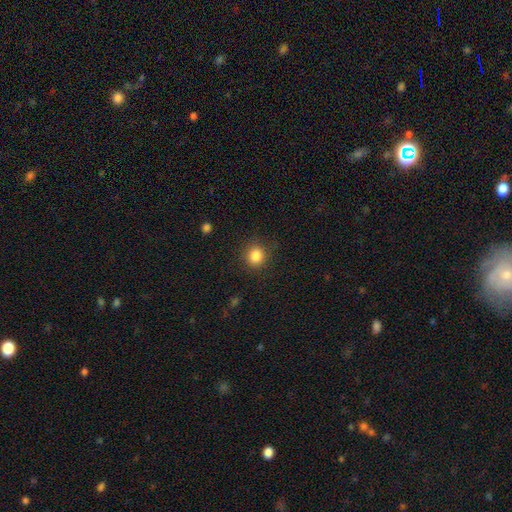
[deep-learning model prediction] smooth-or-featured: smooth: 85% | star or artifact: 11% | featured or disk: 4%
  how-rounded: round: 85% | in between: 14% | cigar-shaped: 1%
  merging: none: 86% | minor disturbance: 9% | major disturbance: 3% | merger: 1%